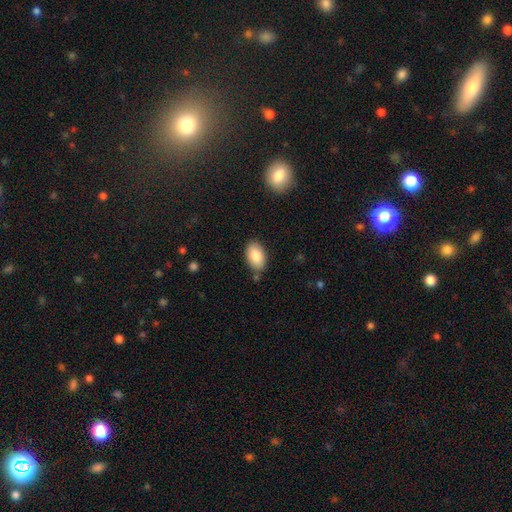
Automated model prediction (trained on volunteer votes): Q: Smooth or featured?
A: smooth (85%); runner-up: featured or disk (8%)
Q: How rounded?
A: in between (93%); runner-up: round (5%)
Q: Merging?
A: none (82%); runner-up: minor disturbance (13%)